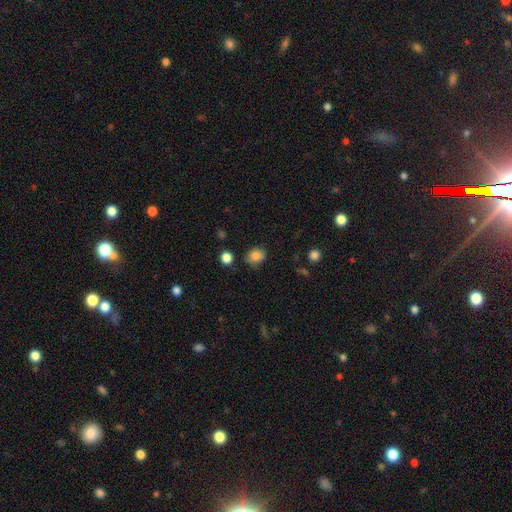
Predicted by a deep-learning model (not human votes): Q: Smooth or featured?
A: smooth (83%); runner-up: star or artifact (11%)
Q: How rounded?
A: round (63%); runner-up: in between (36%)
Q: Merging?
A: none (73%); runner-up: minor disturbance (20%)